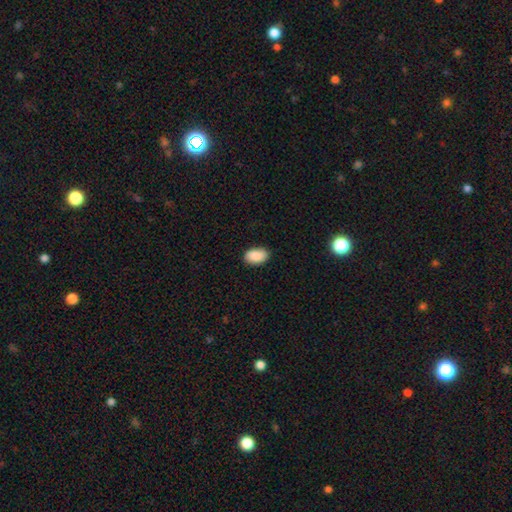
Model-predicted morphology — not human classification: type=smooth (90%); roundness=in between (91%); merging=none (87%).